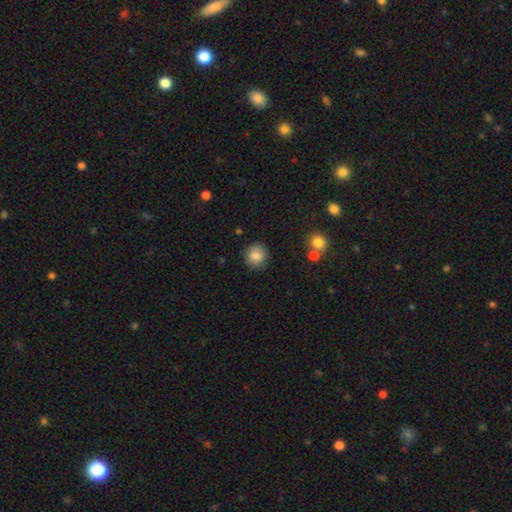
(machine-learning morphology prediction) Smooth or featured: smooth — 85% (star or artifact — 9%)
How rounded: round — 88% (in between — 11%)
Merging: none — 87% (minor disturbance — 9%)